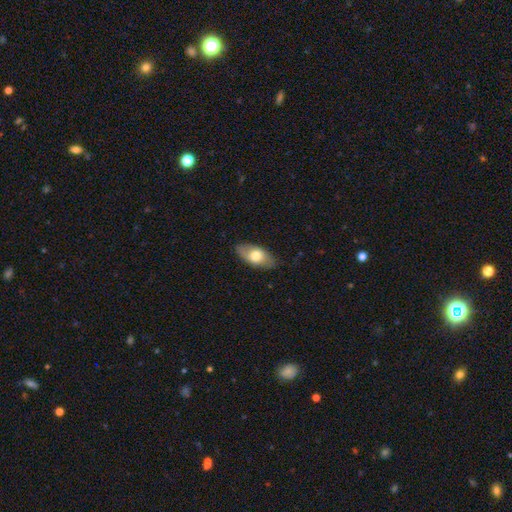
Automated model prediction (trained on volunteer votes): This appears to be a smooth galaxy with no disk features (67%) that is in between round and cigar-shaped (91%). Merging: none (81%).